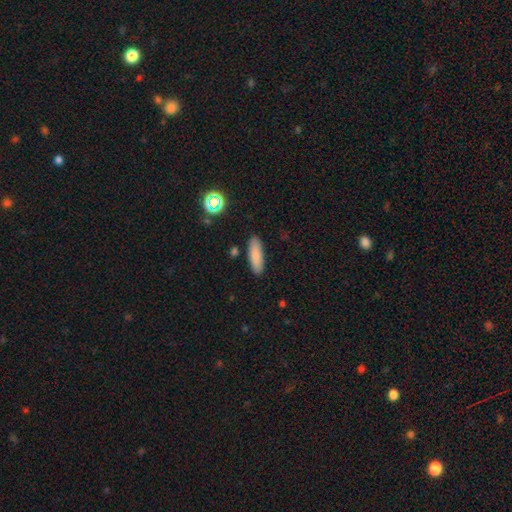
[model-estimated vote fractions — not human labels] Smooth or featured? Predicted: smooth (p=0.83). How rounded? Predicted: in between (p=0.50). Merging? Predicted: none (p=0.88).